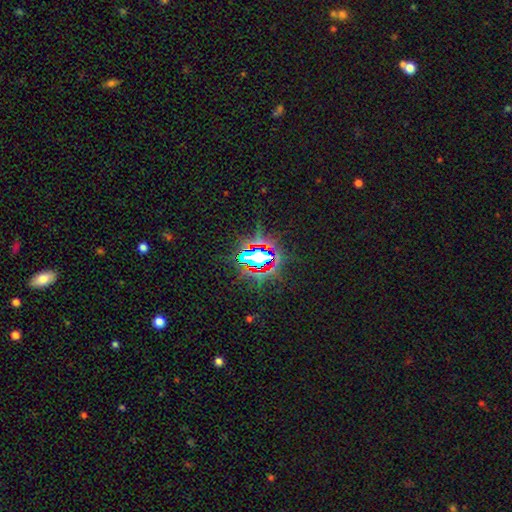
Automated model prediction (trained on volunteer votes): Smooth or featured? Predicted: star or artifact (p=0.76).